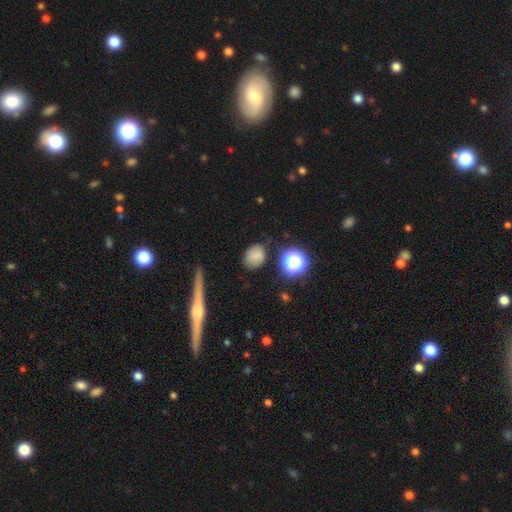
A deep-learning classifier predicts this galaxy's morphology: This is likely a smooth galaxy (76%). How rounded: possibly round (52%). Merging: likely none (75%).